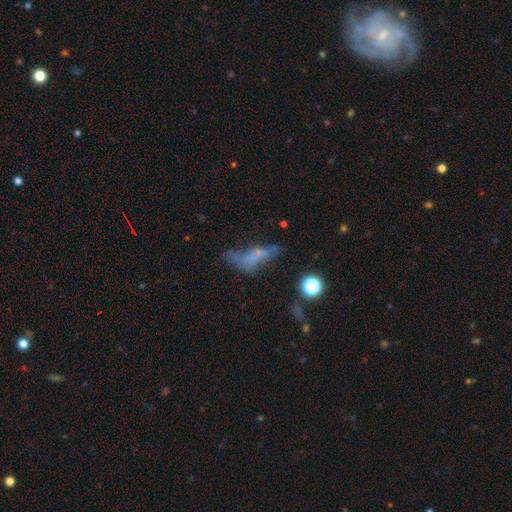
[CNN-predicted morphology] Smooth or featured?
  - smooth: 40% *
  - featured or disk: 38%
  - star or artifact: 22%
Merging?
  - major disturbance: 34% * (tied)
  - none: 34% * (tied)
  - minor disturbance: 24%
  - merger: 9%